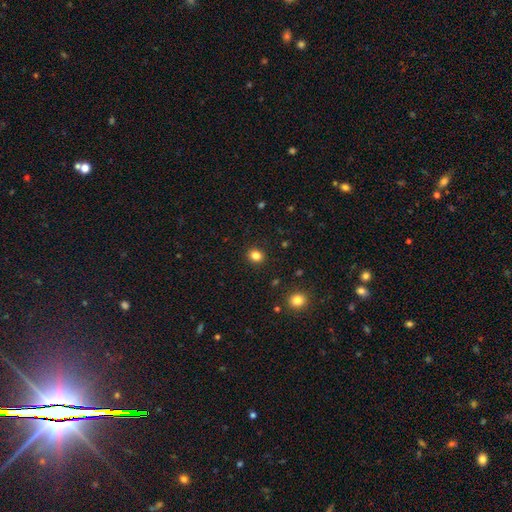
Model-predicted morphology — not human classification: type=smooth (83%); roundness=round (74%); merging=none (91%).